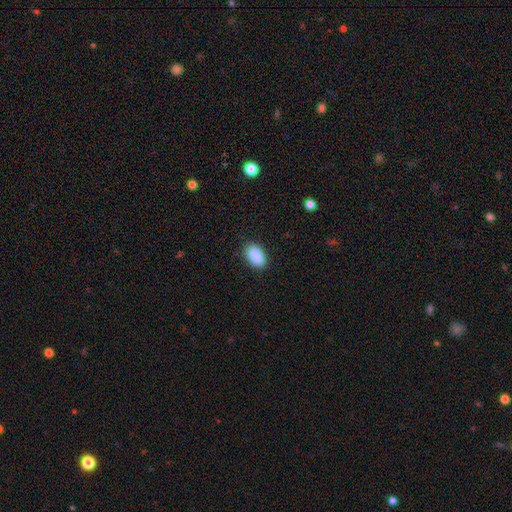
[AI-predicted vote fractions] Q: Smooth or featured?
A: smooth (90%); runner-up: star or artifact (7%)
Q: How rounded?
A: in between (92%); runner-up: round (5%)
Q: Merging?
A: none (86%); runner-up: minor disturbance (10%)